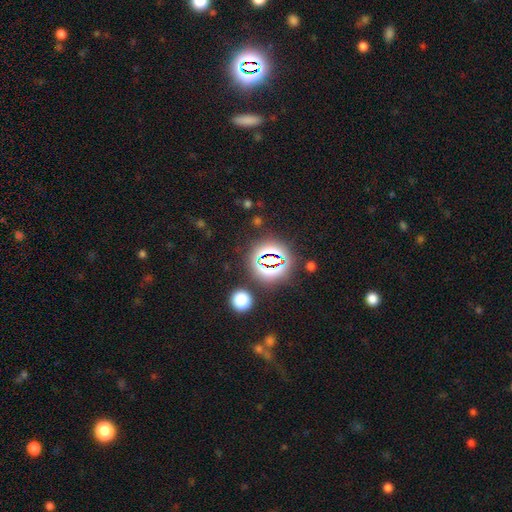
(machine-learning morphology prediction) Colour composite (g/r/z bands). It shows a star or artifact, not a galaxy (72%).